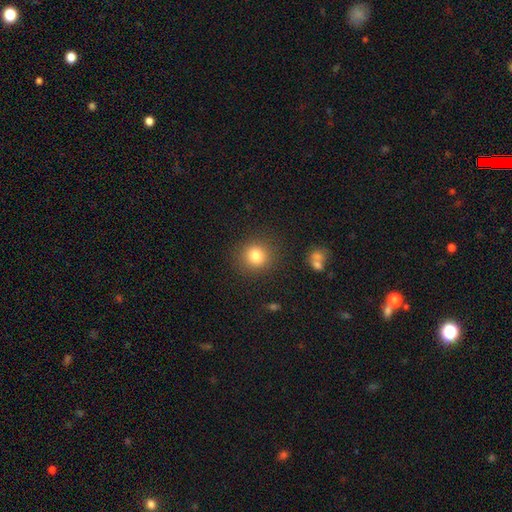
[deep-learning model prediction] Smooth or featured? smooth (81%)
How rounded? round (87%)
Merging? none (87%)